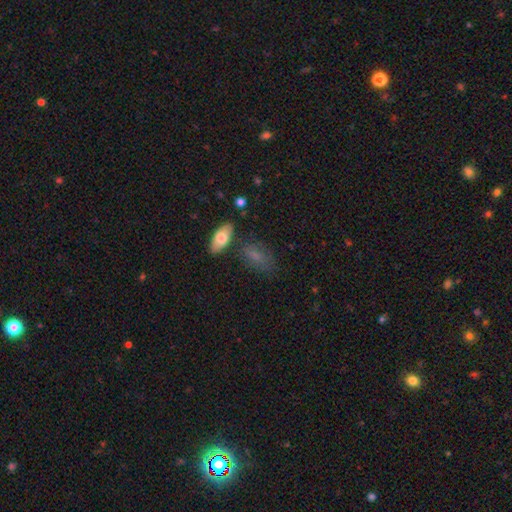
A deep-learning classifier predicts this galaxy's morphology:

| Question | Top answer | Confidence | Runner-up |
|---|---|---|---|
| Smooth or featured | smooth | 71% | featured or disk (18%) |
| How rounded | in between | 84% | cigar-shaped (8%) |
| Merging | none | 63% | minor disturbance (21%) |